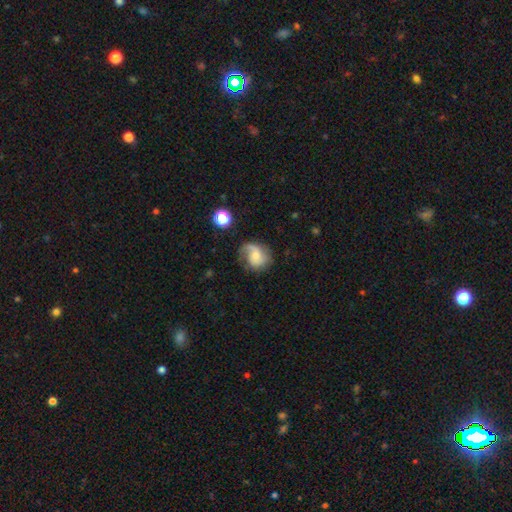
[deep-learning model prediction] Overall: featured or disk (66%). Edge-on disk: no (98%). Bar: no (63%; weak 32%). Spiral arms: yes (92%). Spiral arm count: 2 (45%; 1 43%). Spiral winding: medium (41%; loose 39%). Bulge size: small (50%; moderate 34%). Merging: none (57%; minor disturbance 23%).